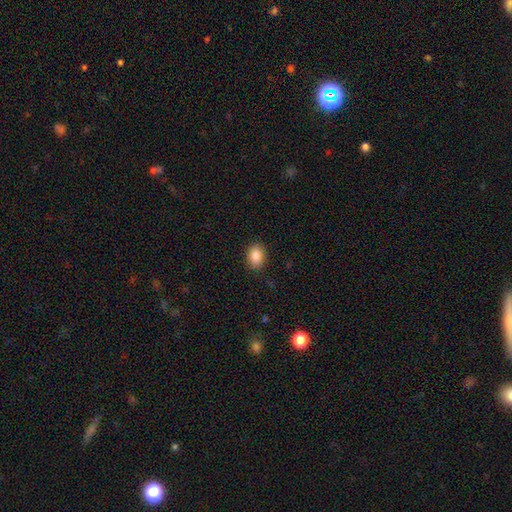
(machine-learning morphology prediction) smooth-or-featured: smooth: 88% | star or artifact: 8% | featured or disk: 4%
  how-rounded: in between: 75% | round: 24% | cigar-shaped: 1%
  merging: none: 88% | minor disturbance: 9% | major disturbance: 2% | merger: 1%